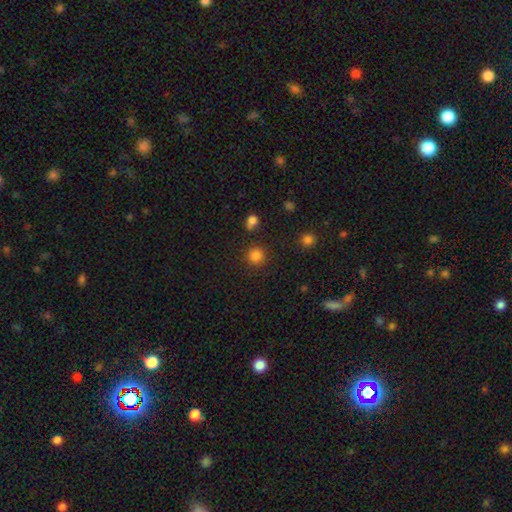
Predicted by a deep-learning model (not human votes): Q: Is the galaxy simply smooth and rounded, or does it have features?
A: smooth — 83%.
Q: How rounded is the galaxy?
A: round — 93%.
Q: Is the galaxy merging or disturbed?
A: none — 87%.